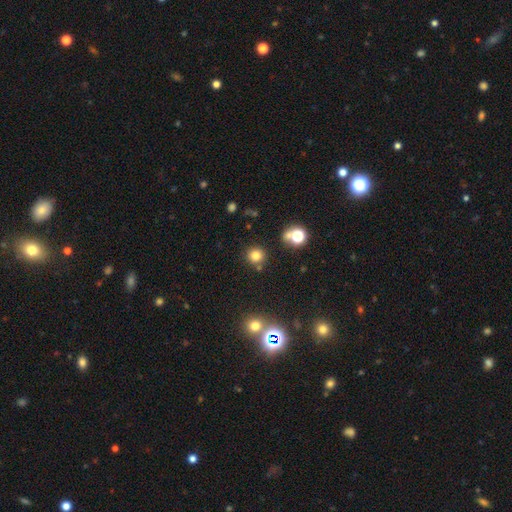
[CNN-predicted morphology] smooth-or-featured: smooth: 77% | star or artifact: 16% | featured or disk: 6%
  how-rounded: round: 92% | in between: 7% | cigar-shaped: 1%
  merging: none: 82% | minor disturbance: 8% | merger: 7% | major disturbance: 3%